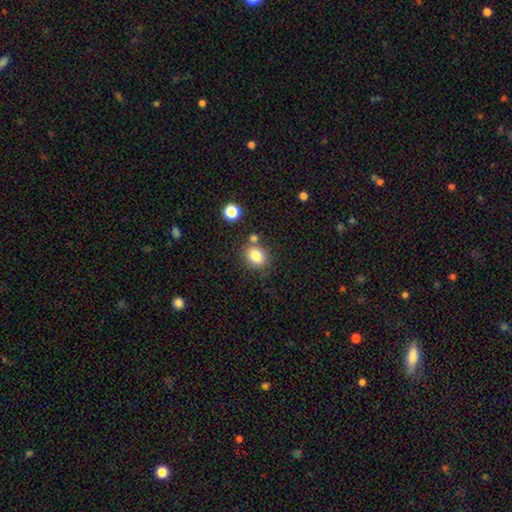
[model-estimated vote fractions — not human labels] This appears to be a smooth galaxy with no disk features (82%) that is round (56%). Merging: none (72%).